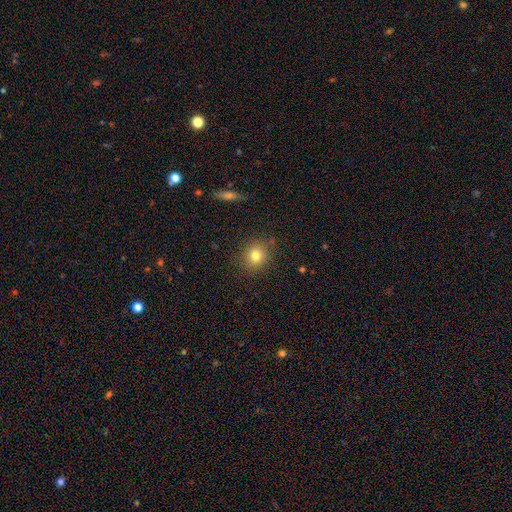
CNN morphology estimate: Smooth or featured? Predicted: smooth (p=0.78). How rounded? Predicted: round (p=0.76). Merging? Predicted: none (p=0.86).